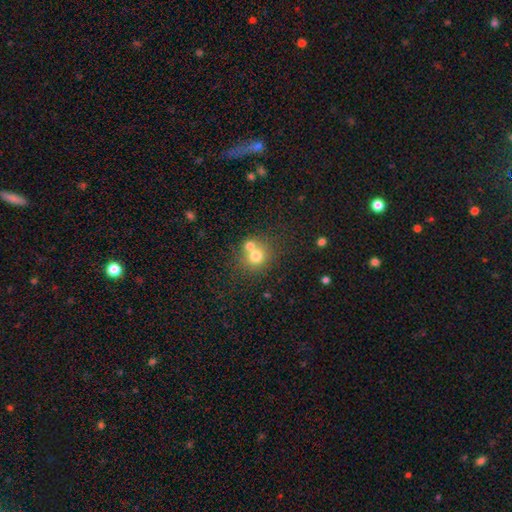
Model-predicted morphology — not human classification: Smooth or featured?
  - smooth: 72% *
  - featured or disk: 15%
  - star or artifact: 13%
How rounded?
  - round: 83% *
  - in between: 16%
  - cigar-shaped: 1%
Merging?
  - merger: 45% * (tied)
  - none: 45% * (tied)
  - minor disturbance: 7%
  - major disturbance: 3%